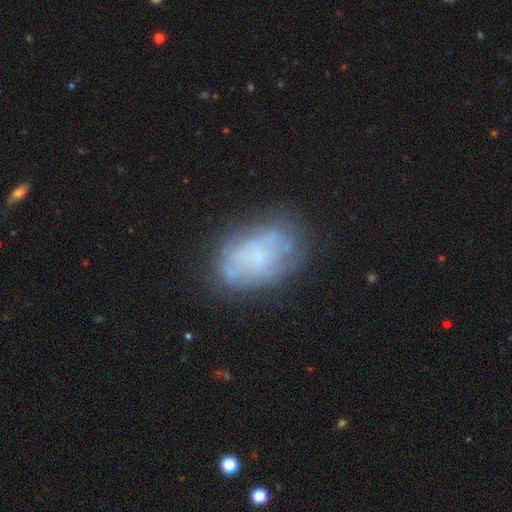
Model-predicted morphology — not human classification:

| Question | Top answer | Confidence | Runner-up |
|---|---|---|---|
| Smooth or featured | featured or disk | 51% | smooth (39%) |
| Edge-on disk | no | 96% | yes (4%) |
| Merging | none | 61% | minor disturbance (23%) |